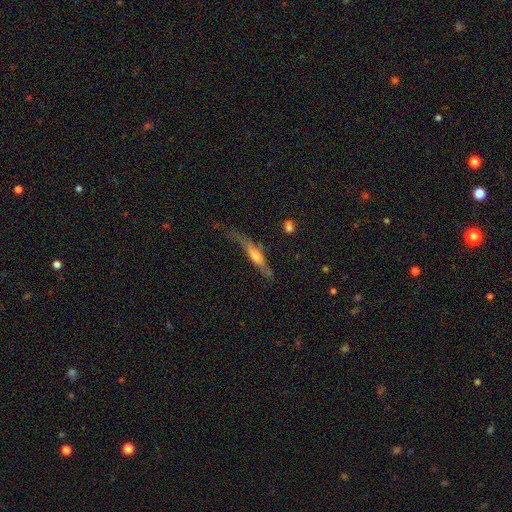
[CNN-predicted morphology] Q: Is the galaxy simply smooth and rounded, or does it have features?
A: featured or disk — 54%.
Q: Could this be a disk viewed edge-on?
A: yes — 84%.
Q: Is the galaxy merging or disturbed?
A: none — 48%.